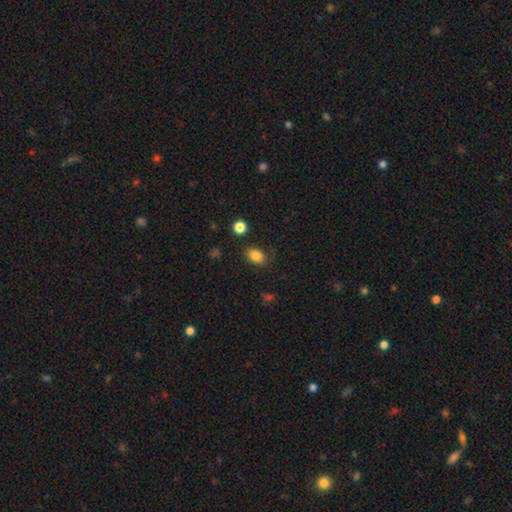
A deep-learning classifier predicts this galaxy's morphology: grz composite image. It shows a smooth galaxy with no disk features (85%) that is in between round and cigar-shaped (76%). Merging: none (82%).